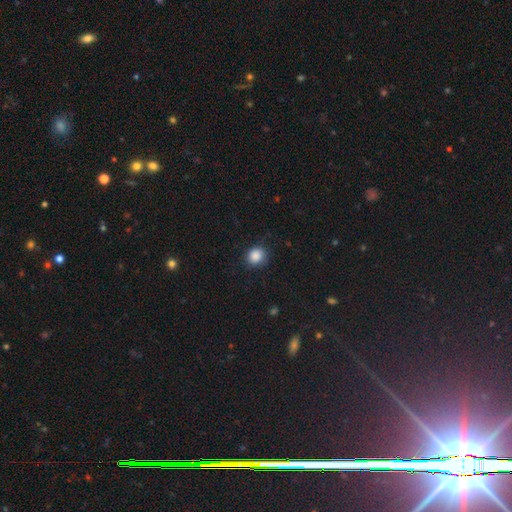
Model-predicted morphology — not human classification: Smooth or featured? Predicted: smooth (p=0.87). How rounded? Predicted: round (p=0.80). Merging? Predicted: none (p=0.82).